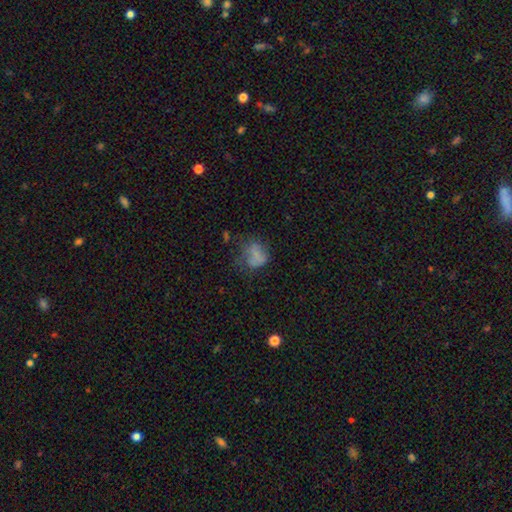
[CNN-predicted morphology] smooth-or-featured: smooth: 62% | featured or disk: 24% | star or artifact: 15%
  how-rounded: round: 51% | in between: 48% | cigar-shaped: 1%
  merging: none: 36% | major disturbance: 31% | minor disturbance: 26% | merger: 7%